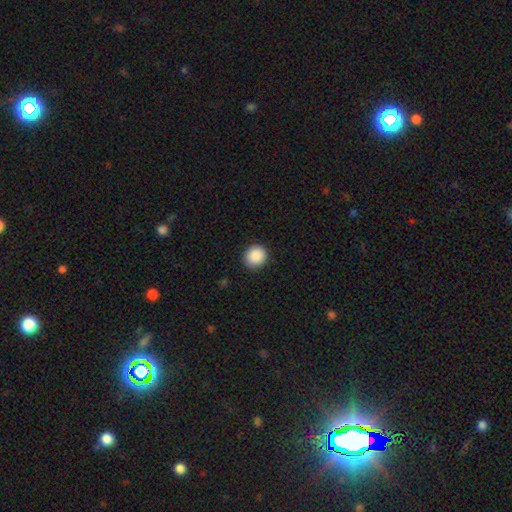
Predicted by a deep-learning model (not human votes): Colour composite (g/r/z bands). It shows a smooth galaxy with no disk features (89%) that is round (87%). Merging: none (91%).